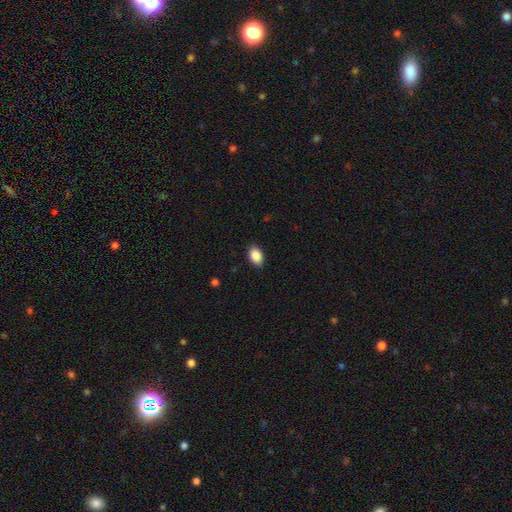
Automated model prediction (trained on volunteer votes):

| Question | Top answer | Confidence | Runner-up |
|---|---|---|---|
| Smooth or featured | smooth | 89% | star or artifact (7%) |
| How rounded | in between | 85% | round (13%) |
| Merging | none | 88% | minor disturbance (9%) |